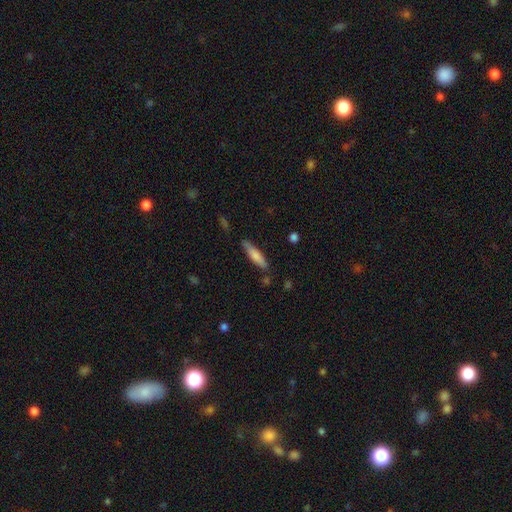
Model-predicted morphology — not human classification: A smooth galaxy with no disk features (74%) that is cigar-shaped (77%). Merging: none (79%).